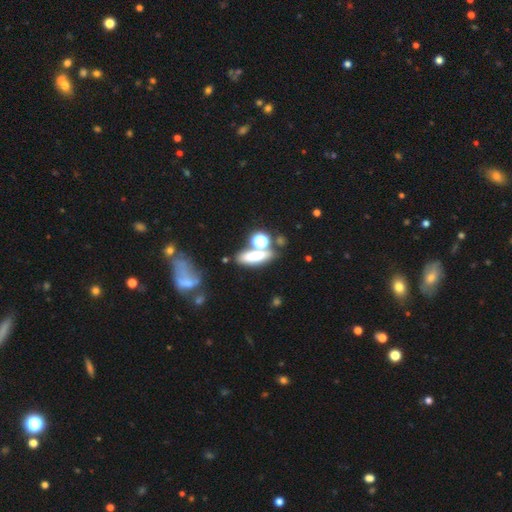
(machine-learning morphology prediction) A smooth galaxy with no disk features (63%) that is in between round and cigar-shaped (50%). Merging: none (53%).